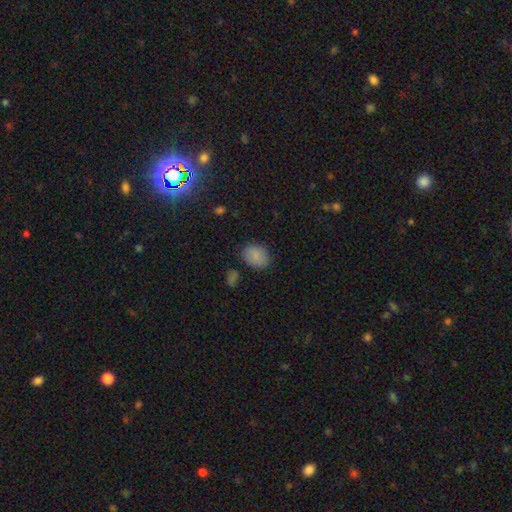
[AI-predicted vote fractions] smooth_or_featured: smooth (p=0.86) [alt: star or artifact p=0.09]
how_rounded: in between (p=0.60) [alt: round p=0.39]
merging: none (p=0.81) [alt: minor disturbance p=0.13]